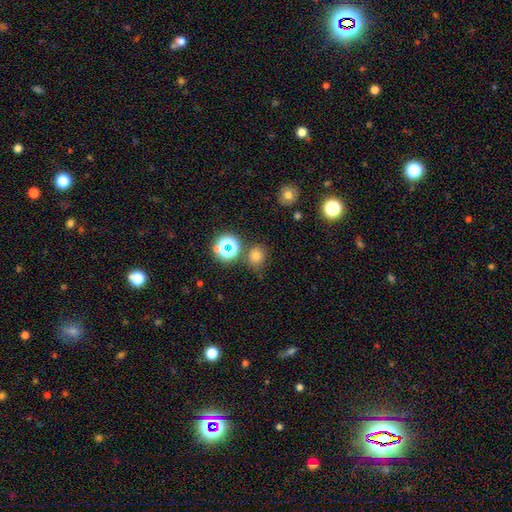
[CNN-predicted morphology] This is likely a smooth galaxy (71%). How rounded: likely round (75%). Merging: likely none (79%).